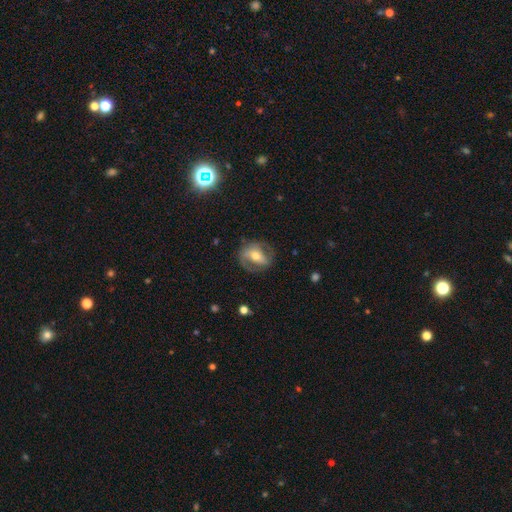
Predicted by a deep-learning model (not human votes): This is likely a featured or disk galaxy (67%). It is clearly not viewed edge-on (95%). Bar: marginally strong (37%). Spiral arm pattern: likely yes (73%). Central bulge: likely moderate (65%). Merging: likely none (71%).